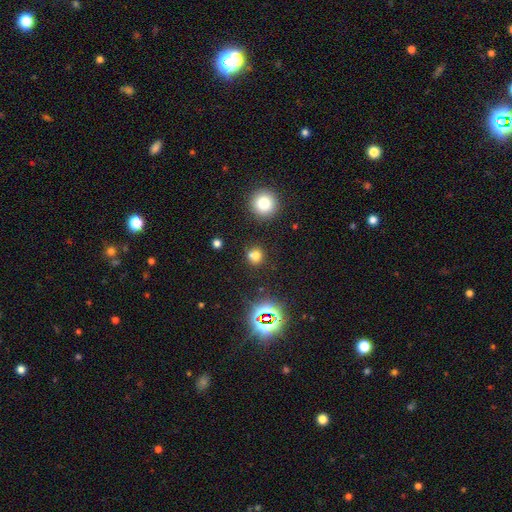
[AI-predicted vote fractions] smooth-or-featured: smooth: 68% | star or artifact: 23% | featured or disk: 9%
  how-rounded: round: 85% | in between: 14% | cigar-shaped: 1%
  merging: none: 64% | merger: 22% | minor disturbance: 10% | major disturbance: 4%